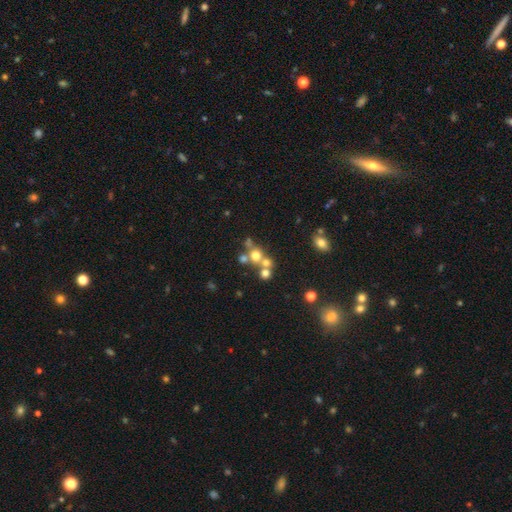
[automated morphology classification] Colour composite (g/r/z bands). It shows a smooth galaxy with no disk features (57%) that is round (85%). Merging: none (45%).